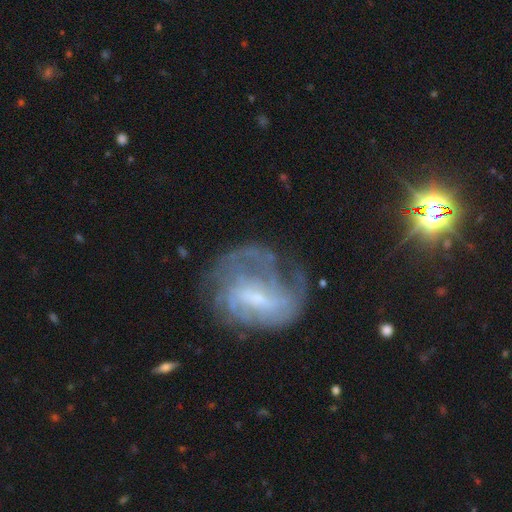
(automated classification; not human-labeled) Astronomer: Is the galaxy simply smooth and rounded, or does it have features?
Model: featured or disk — 75%.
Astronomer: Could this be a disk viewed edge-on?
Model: no — 96%.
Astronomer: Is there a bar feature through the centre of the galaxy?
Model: weak — 52%.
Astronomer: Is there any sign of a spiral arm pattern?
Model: yes — 82%.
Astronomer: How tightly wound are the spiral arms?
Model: tight — 43% (runner-up: medium, 38%).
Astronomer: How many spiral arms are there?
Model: can't tell — 47%.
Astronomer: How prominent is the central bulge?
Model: small — 58%.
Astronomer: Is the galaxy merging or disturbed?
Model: none — 54%.